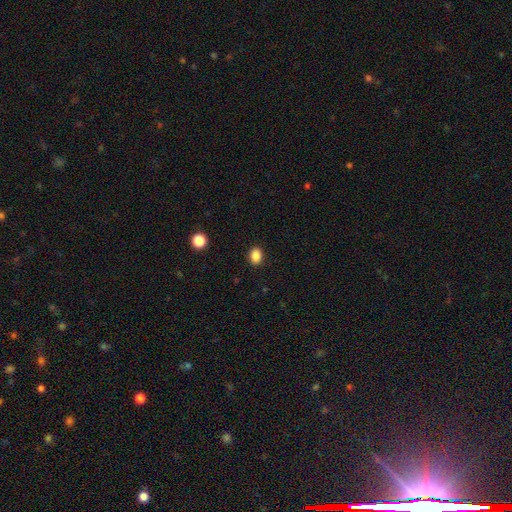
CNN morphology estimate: Smooth or featured? Predicted: smooth (p=0.87). How rounded? Predicted: in between (p=0.65). Merging? Predicted: none (p=0.90).